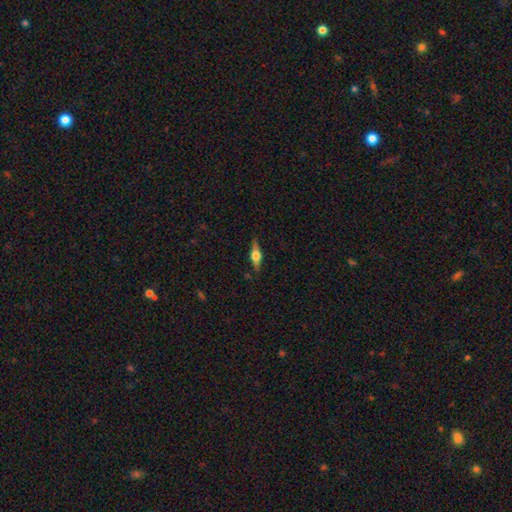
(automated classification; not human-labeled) This appears to be a featured or disk galaxy (72%) viewed edge-on (97%) with a rounded central bulge (91%). Merging: none (88%).